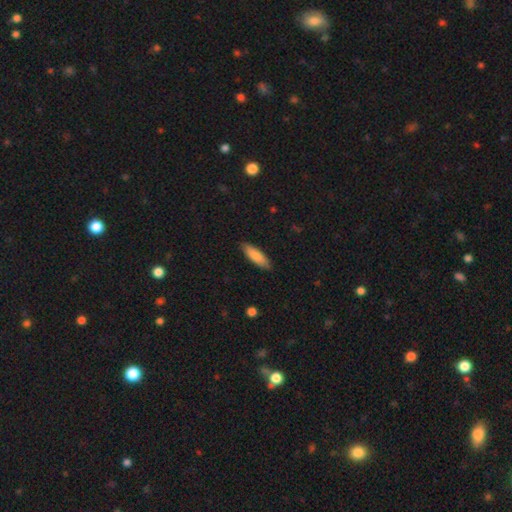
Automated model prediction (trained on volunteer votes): A smooth galaxy with no disk features (86%) that is cigar-shaped (52%). Merging: none (88%).